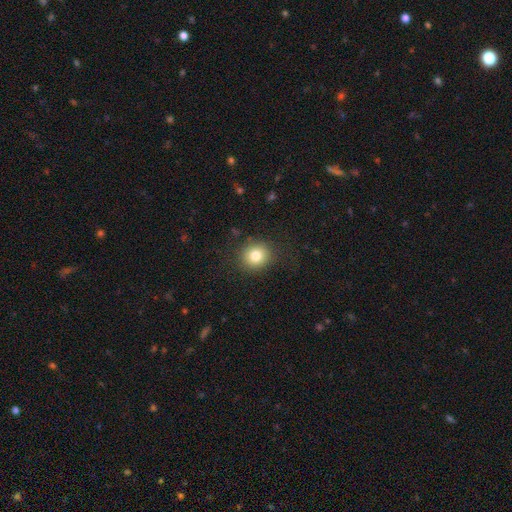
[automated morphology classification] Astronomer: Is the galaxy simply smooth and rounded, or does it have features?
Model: smooth — 80%.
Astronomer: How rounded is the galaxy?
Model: round — 87%.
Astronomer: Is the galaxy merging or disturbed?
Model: none — 87%.